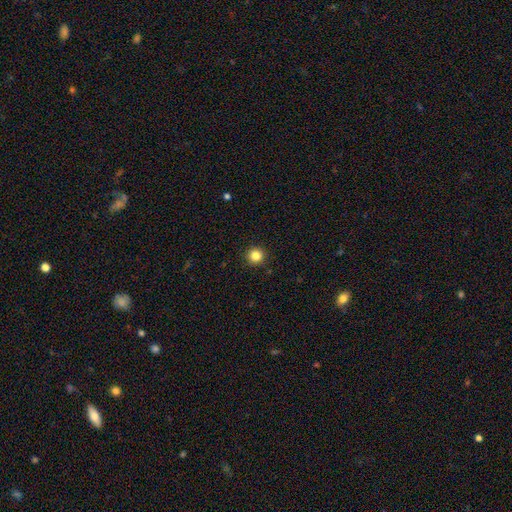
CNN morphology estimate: This appears to be a smooth galaxy with no disk features (83%) that is round (95%). Merging: none (93%).